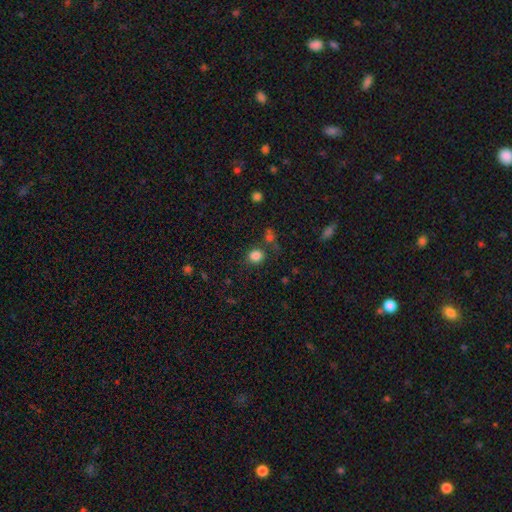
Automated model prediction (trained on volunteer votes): A smooth galaxy with no disk features (83%) that is round (79%).

Vote fractions:
- Smooth or featured? smooth: 83% / star or artifact: 12% / featured or disk: 5%
- How rounded? round: 79% / in between: 20% / cigar-shaped: 1%
- Merging? none: 76% / minor disturbance: 11% / merger: 8% / major disturbance: 5%